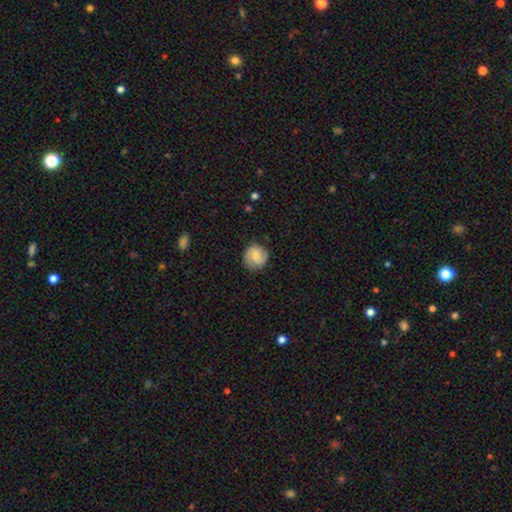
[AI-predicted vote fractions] smooth_or_featured: smooth (p=0.53) [alt: featured or disk p=0.39]
how_rounded: round (p=0.88) [alt: in between p=0.11]
merging: none (p=0.82) [alt: minor disturbance p=0.14]